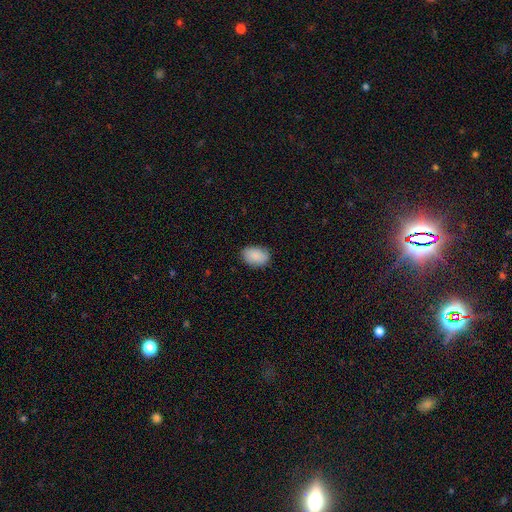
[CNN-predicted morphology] A smooth galaxy with no disk features (89%) that is in between round and cigar-shaped (83%).

Vote fractions:
- Smooth or featured? smooth: 89% / star or artifact: 7% / featured or disk: 4%
- How rounded? in between: 83% / round: 16% / cigar-shaped: 1%
- Merging? none: 85% / minor disturbance: 12% / major disturbance: 2% / merger: 1%